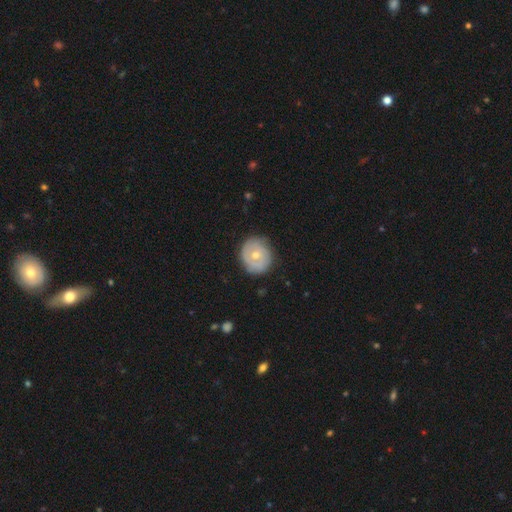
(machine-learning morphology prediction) The model was most divided on "smooth or featured": featured or disk: 51%, smooth: 43%, star or artifact: 6%. More confident: edge-on disk — no (96%); merging — none (77%).